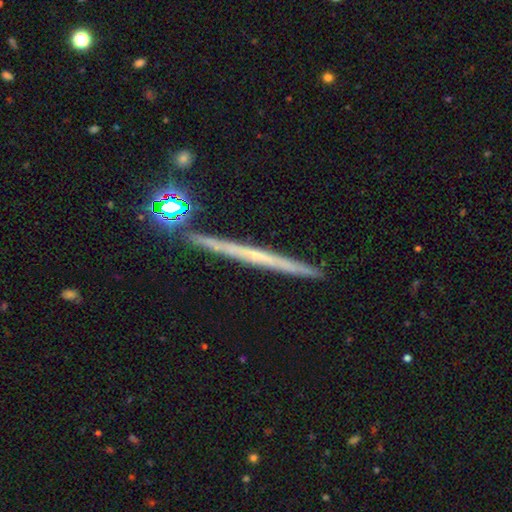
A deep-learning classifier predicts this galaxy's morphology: The model was most divided on "smooth or featured": featured or disk: 65%, smooth: 25%, star or artifact: 10%. More confident: edge-on disk — yes (97%); merging — none (88%); edge-on bulge — none (78%).